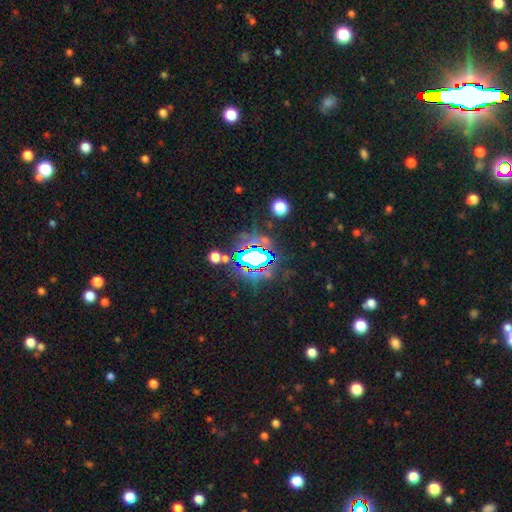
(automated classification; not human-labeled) A star or artifact, not a galaxy (68%).